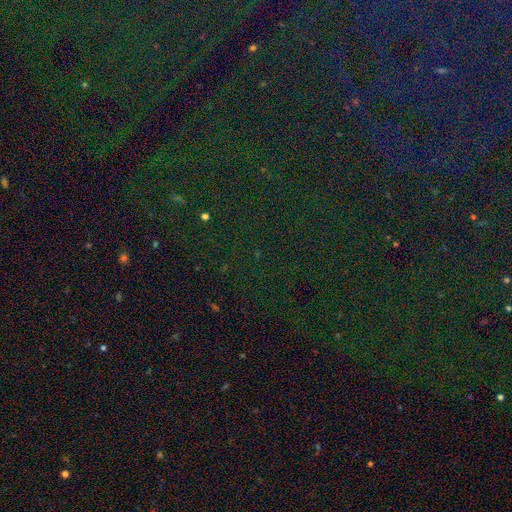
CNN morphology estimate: Overall: star or artifact (85%).